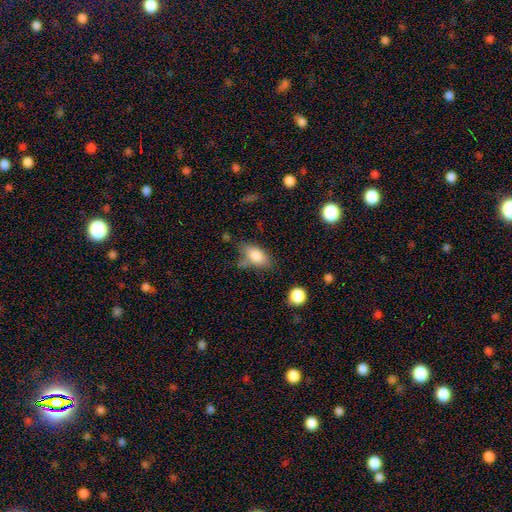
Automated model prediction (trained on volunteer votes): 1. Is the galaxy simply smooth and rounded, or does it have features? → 82% smooth, 10% featured or disk, 8% star or artifact.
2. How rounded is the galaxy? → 89% in between, 7% round, 4% cigar-shaped.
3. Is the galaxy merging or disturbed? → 56% none, 25% minor disturbance, 10% merger, 9% major disturbance.